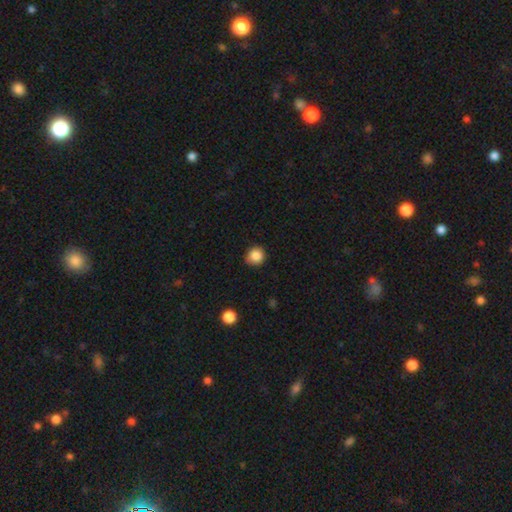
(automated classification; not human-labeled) A smooth galaxy with no disk features (85%) that is round (90%). Merging: none (85%).